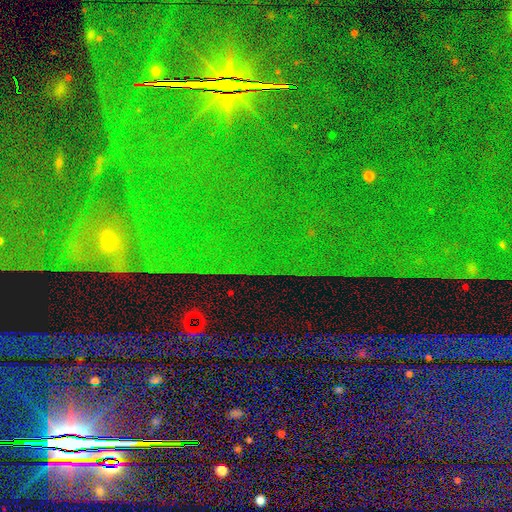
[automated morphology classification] star or artifact 85%, featured or disk 8%, smooth 7%.